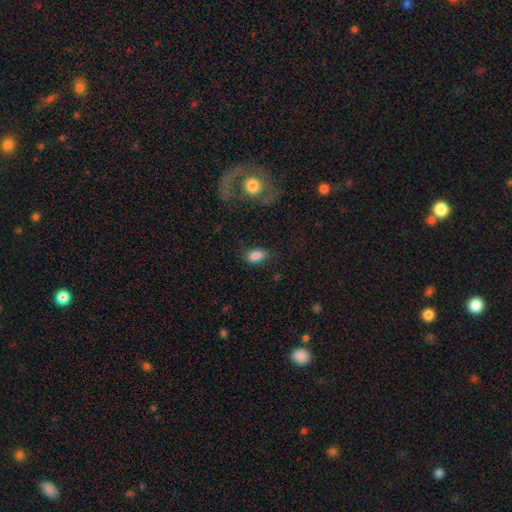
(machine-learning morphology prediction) This is clearly a smooth galaxy (84%). How rounded: clearly in between (89%). Merging: likely none (70%).